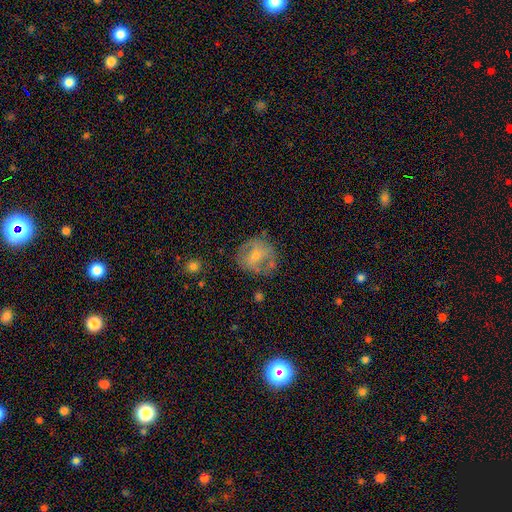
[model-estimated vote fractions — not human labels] featured or disk 50%, smooth 41%, star or artifact 9%. Down the decision tree: merging — none (66%).